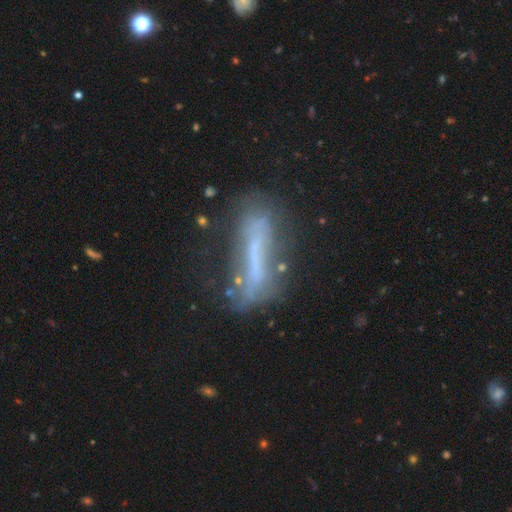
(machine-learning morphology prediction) This appears to be a featured or disk galaxy (53%). Merging: none (53%).